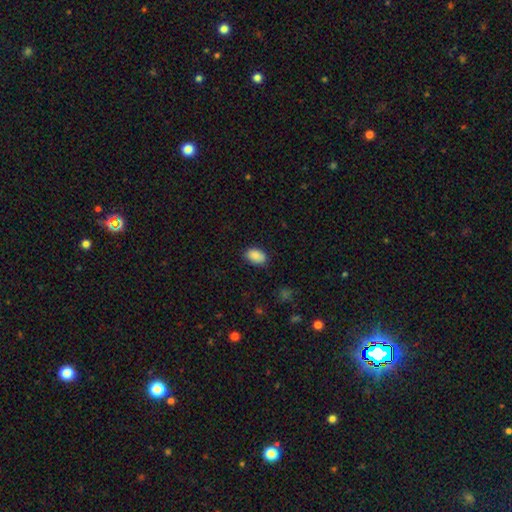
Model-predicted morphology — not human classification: This is clearly a smooth galaxy (88%). How rounded: clearly in between (91%). Merging: clearly none (83%).